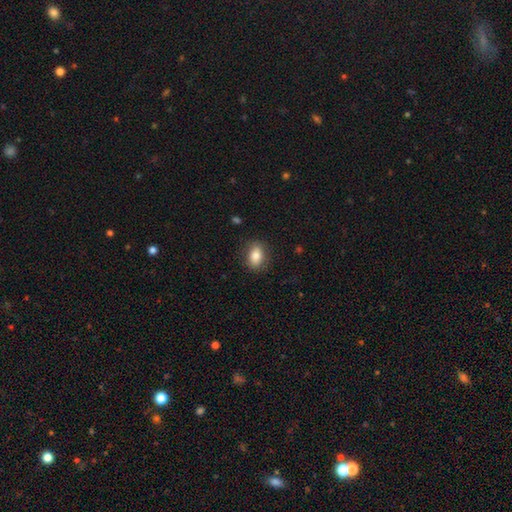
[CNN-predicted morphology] This is clearly a smooth galaxy (81%). How rounded: likely in between (77%). Merging: clearly none (85%).